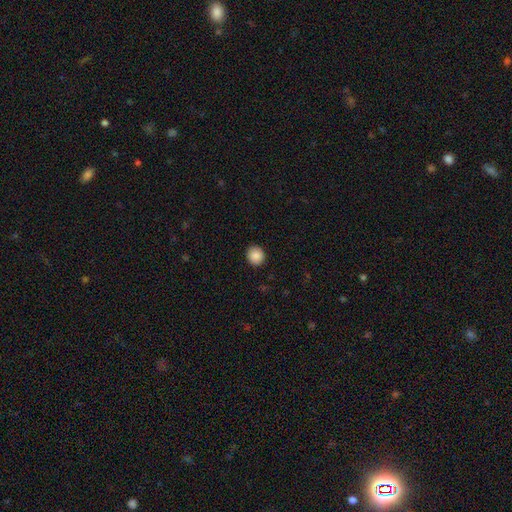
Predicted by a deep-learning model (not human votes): A smooth galaxy with no disk features (88%) that is round (85%).

Vote fractions:
- Smooth or featured? smooth: 88% / star or artifact: 8% / featured or disk: 3%
- How rounded? round: 85% / in between: 14% / cigar-shaped: 1%
- Merging? none: 91% / minor disturbance: 6% / major disturbance: 2% / merger: 1%